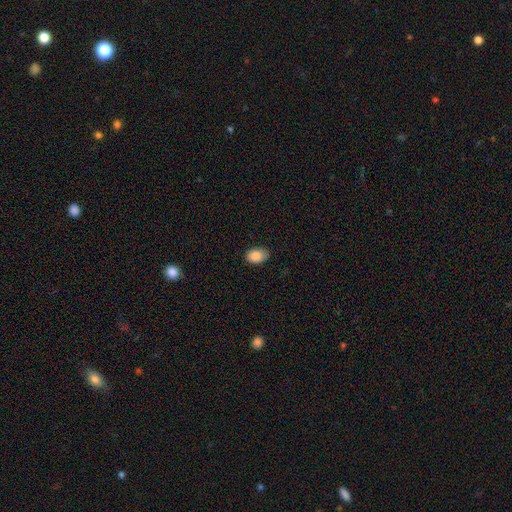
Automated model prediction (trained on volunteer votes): Smooth or featured? smooth (86%)
How rounded? in between (83%)
Merging? none (77%)